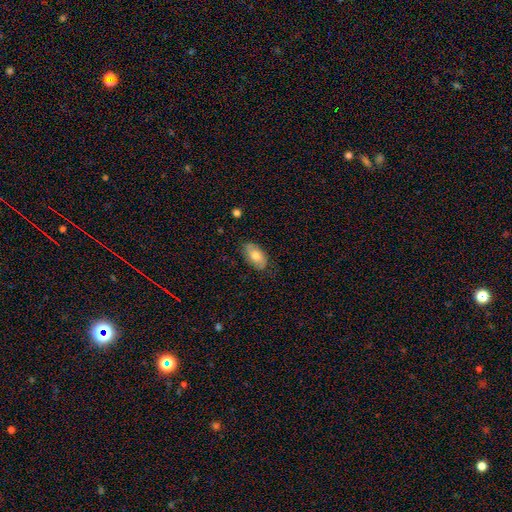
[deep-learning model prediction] A smooth galaxy with no disk features (71%) that is in between round and cigar-shaped (93%). Merging: none (79%).